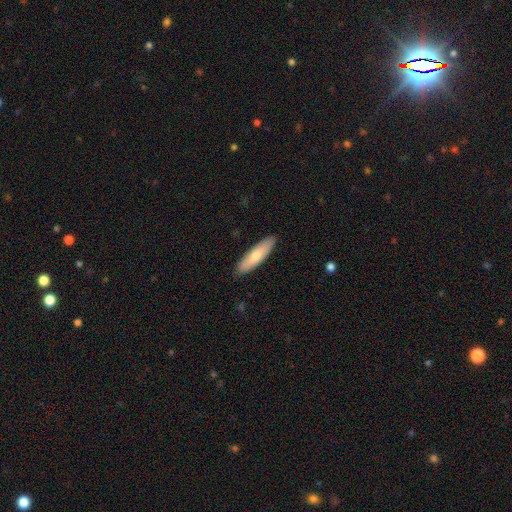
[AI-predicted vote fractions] This appears to be a smooth galaxy with no disk features (71%) that is cigar-shaped (63%). Merging: none (89%).